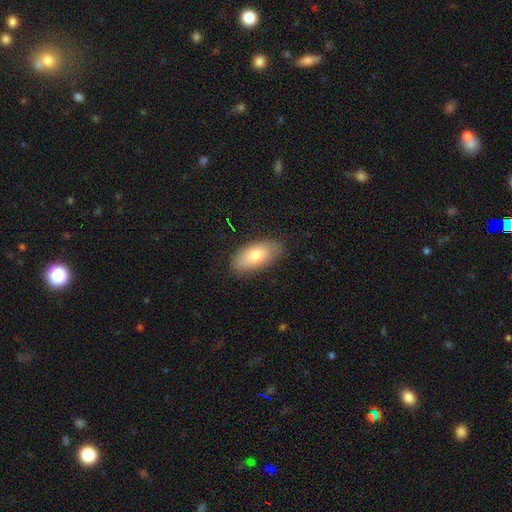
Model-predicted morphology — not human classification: Q: Smooth or featured?
A: smooth (76%); runner-up: featured or disk (17%)
Q: How rounded?
A: in between (91%); runner-up: cigar-shaped (6%)
Q: Merging?
A: none (85%); runner-up: minor disturbance (11%)